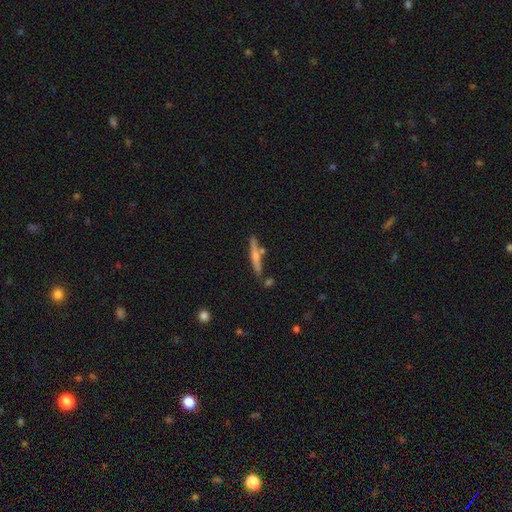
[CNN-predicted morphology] smooth_or_featured: smooth (p=0.49) [alt: featured or disk p=0.45]
merging: none (p=0.77) [alt: minor disturbance p=0.12]